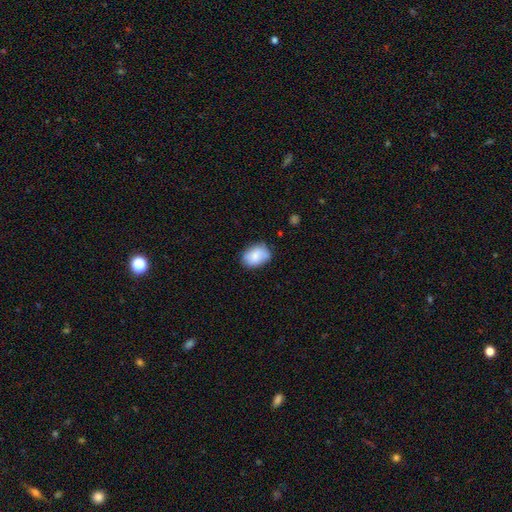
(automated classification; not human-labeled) Smooth or featured? Predicted: smooth (p=0.80). How rounded? Predicted: in between (p=0.79). Merging? Predicted: none (p=0.64).